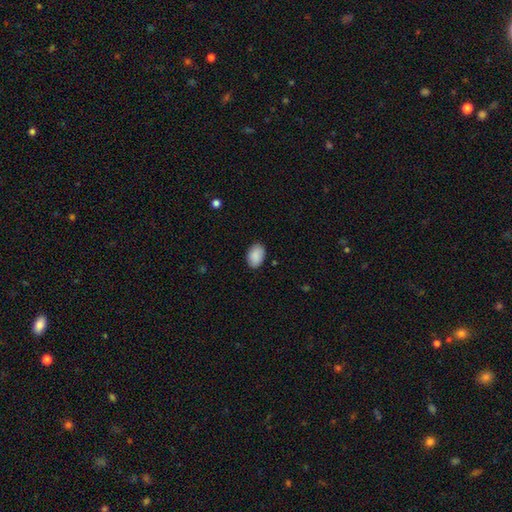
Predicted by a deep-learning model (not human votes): Q: Smooth or featured?
A: smooth (90%); runner-up: star or artifact (6%)
Q: How rounded?
A: in between (88%); runner-up: round (11%)
Q: Merging?
A: none (86%); runner-up: minor disturbance (11%)